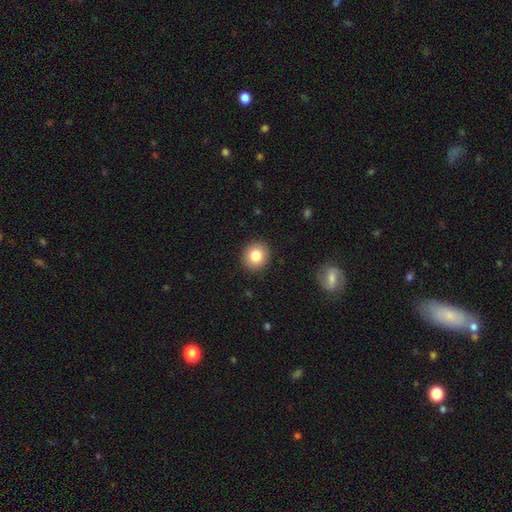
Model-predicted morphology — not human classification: Smooth or featured? smooth (82%)
How rounded? round (86%)
Merging? none (91%)